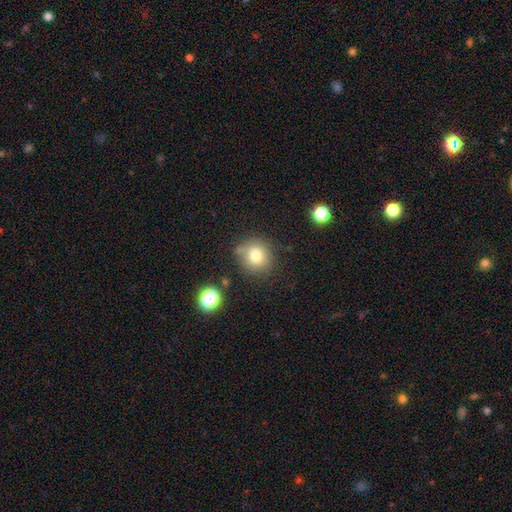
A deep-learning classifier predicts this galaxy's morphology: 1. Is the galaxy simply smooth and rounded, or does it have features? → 76% smooth, 14% star or artifact, 11% featured or disk.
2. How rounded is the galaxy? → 86% round, 13% in between, 1% cigar-shaped.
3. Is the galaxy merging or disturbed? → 73% none, 16% minor disturbance, 6% merger, 5% major disturbance.